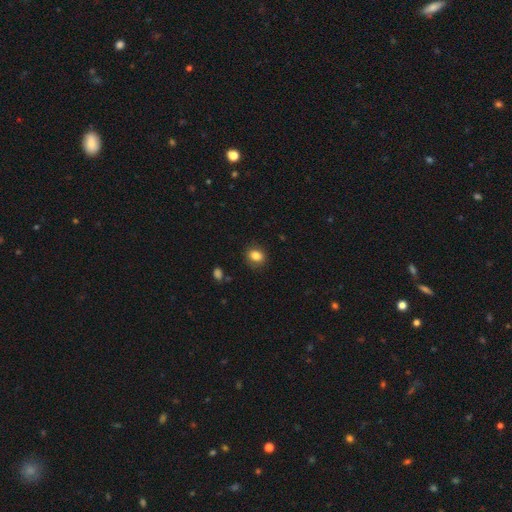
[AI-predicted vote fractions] This is clearly a smooth galaxy (83%). How rounded: possibly round (55%). Merging: clearly none (85%).